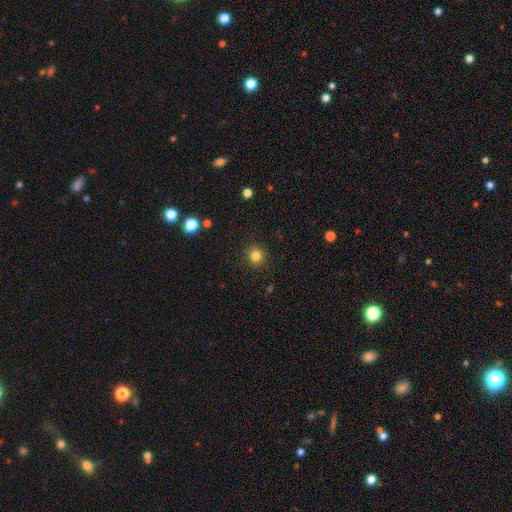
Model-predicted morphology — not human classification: The model was most divided on "smooth or featured": smooth: 83%, star or artifact: 12%, featured or disk: 5%. More confident: merging — none (90%); how rounded — round (89%).